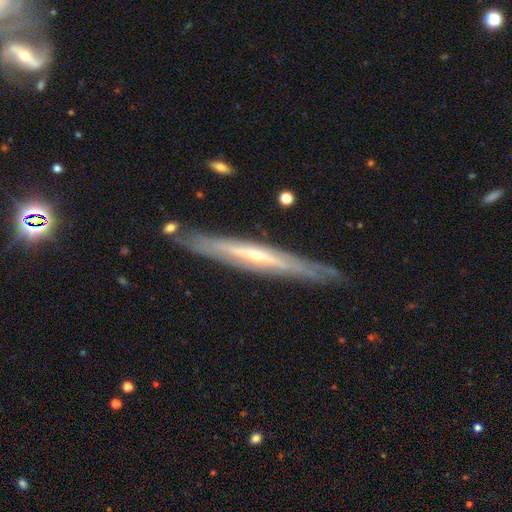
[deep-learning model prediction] smooth-or-featured: featured or disk: 76% | smooth: 18% | star or artifact: 6%
  disk-edge-on: yes: 88% | no: 12%
    edge-on-bulge: rounded: 61% | none: 36% | boxy: 3%
  merging: none: 84% | minor disturbance: 12% | major disturbance: 2% | merger: 2%